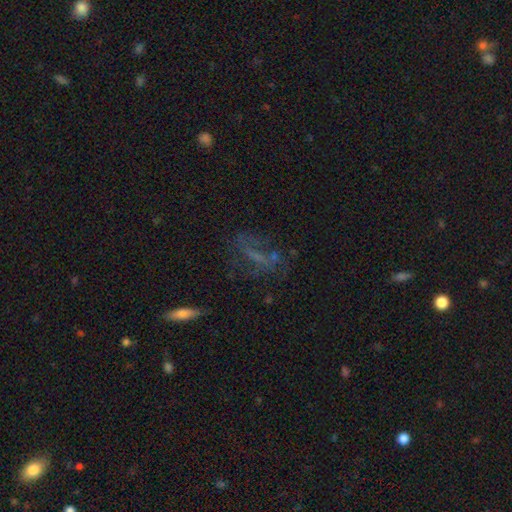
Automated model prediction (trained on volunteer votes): smooth-or-featured: featured or disk: 43% | smooth: 29% | star or artifact: 28%
  merging: none: 52% | major disturbance: 24% | minor disturbance: 18% | merger: 5%